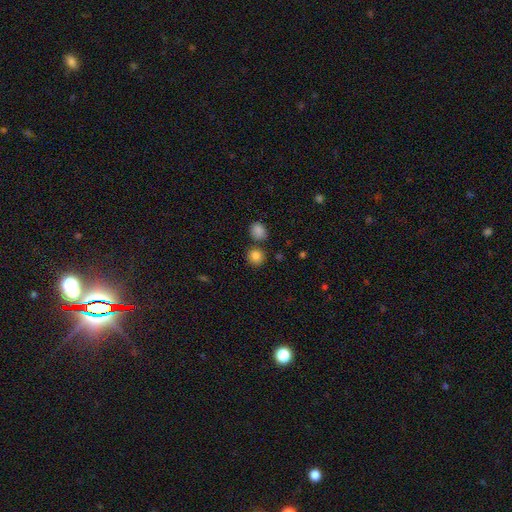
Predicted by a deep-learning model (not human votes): smooth_or_featured: smooth (p=0.84) [alt: star or artifact p=0.11]
how_rounded: round (p=0.87) [alt: in between p=0.12]
merging: none (p=0.75) [alt: merger p=0.14]